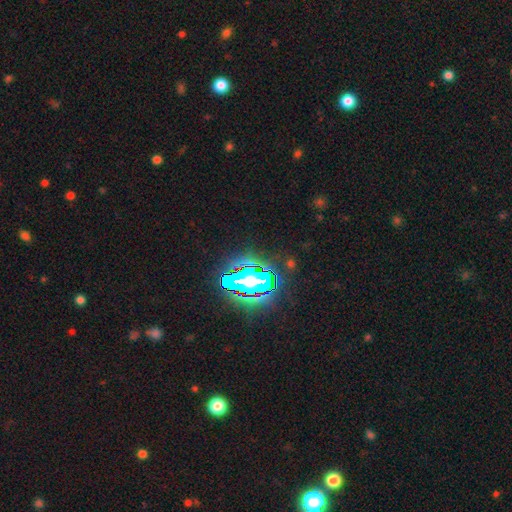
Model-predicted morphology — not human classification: Overall: star or artifact (83%).